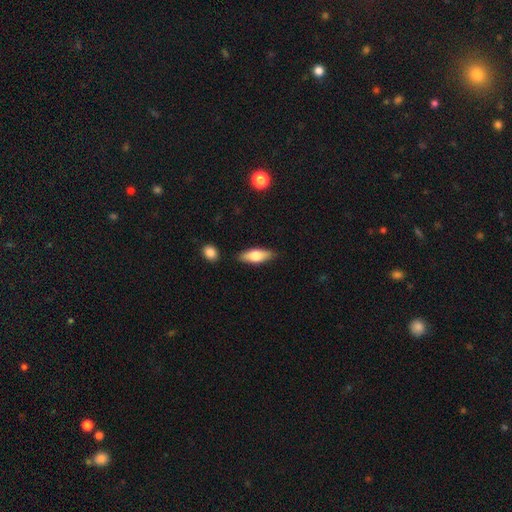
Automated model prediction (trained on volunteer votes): The model was most divided on "how rounded": in between: 67%, cigar-shaped: 31%, round: 3%. More confident: merging — none (84%); smooth or featured — smooth (68%).